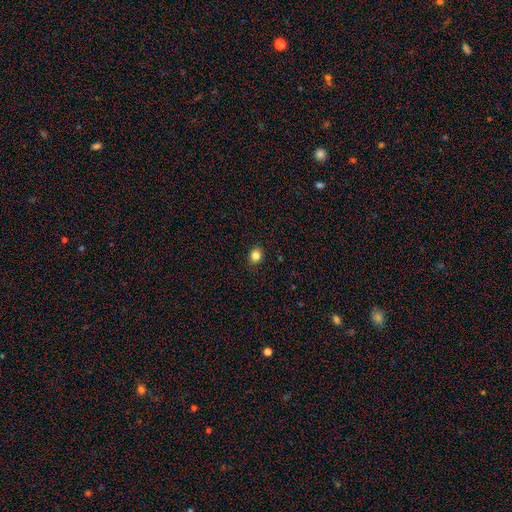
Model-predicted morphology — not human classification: smooth_or_featured: smooth (p=0.84) [alt: star or artifact p=0.12]
how_rounded: round (p=0.67) [alt: in between p=0.32]
merging: none (p=0.90) [alt: minor disturbance p=0.07]